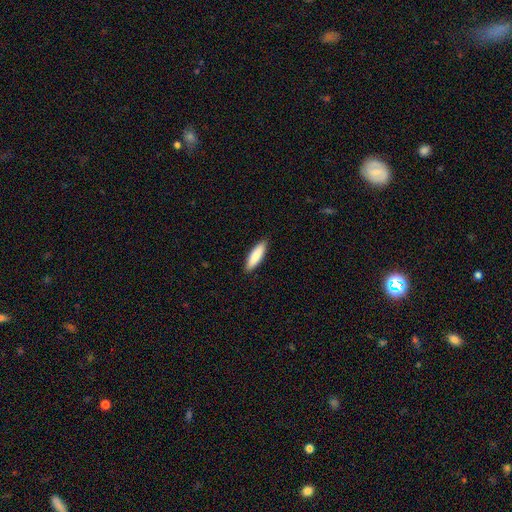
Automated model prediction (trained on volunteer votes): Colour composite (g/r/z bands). It shows a smooth galaxy with no disk features (85%) that is cigar-shaped (61%). Merging: none (90%).